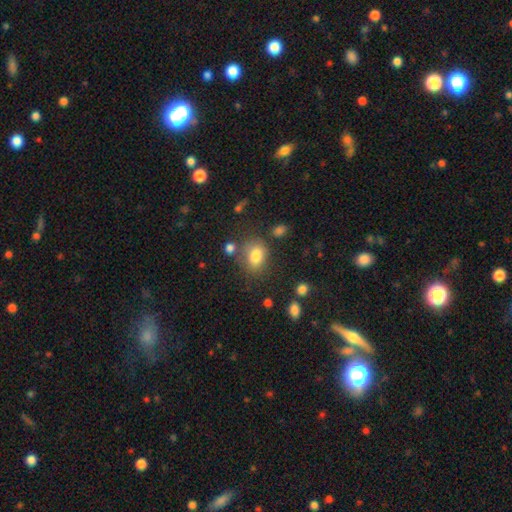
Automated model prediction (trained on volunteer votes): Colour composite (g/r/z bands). It shows a smooth galaxy with no disk features (80%) that is in between round and cigar-shaped (62%). Merging: none (67%).